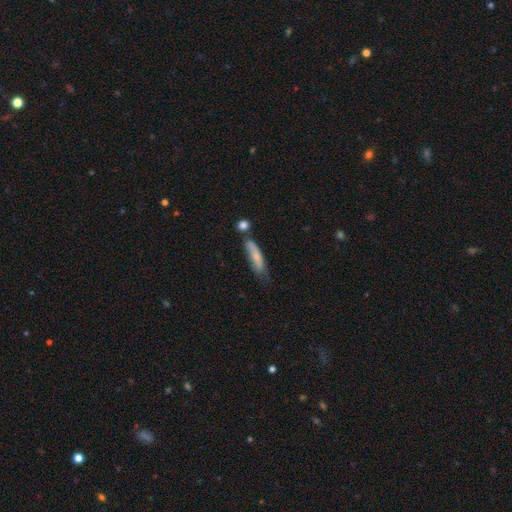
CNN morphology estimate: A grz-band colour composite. It shows a smooth galaxy with no disk features (71%) that is cigar-shaped (76%). Merging: none (47%).